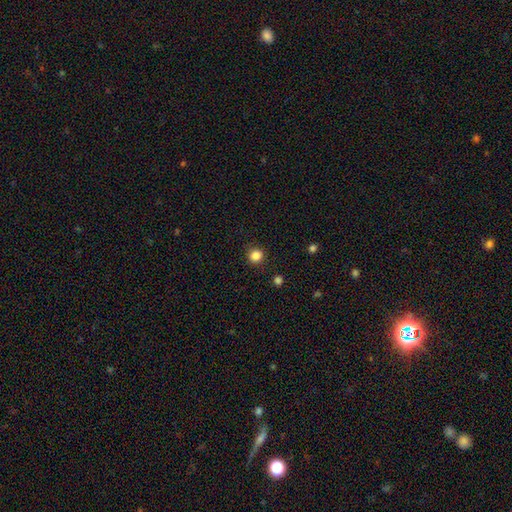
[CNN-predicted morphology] smooth-or-featured: smooth: 85% | star or artifact: 12% | featured or disk: 4%
  how-rounded: round: 91% | in between: 8% | cigar-shaped: 1%
  merging: none: 91% | minor disturbance: 6% | major disturbance: 2% | merger: 1%